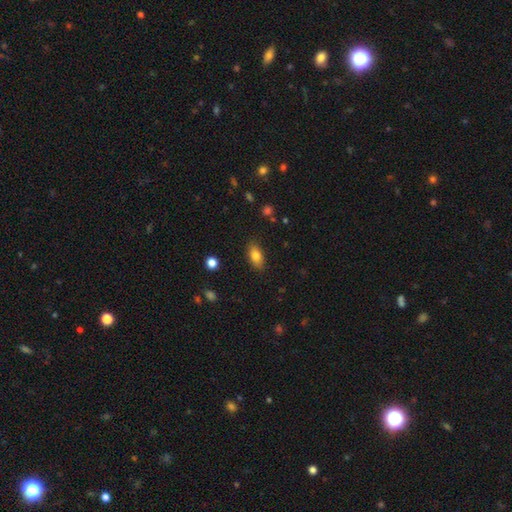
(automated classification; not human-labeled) Overall: smooth (80%). How rounded: in between (86%). Merging: none (85%).